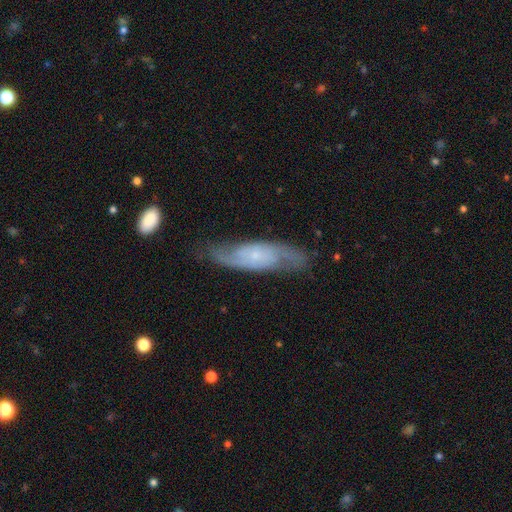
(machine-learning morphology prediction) A featured or disk galaxy (75%) with no bar (67%), 2 (81%) medium (45%) spiral arms (93%) and a small central bulge (76%). Merging: none (74%).